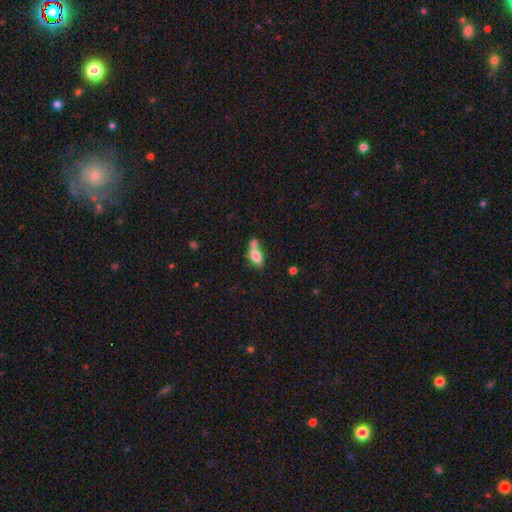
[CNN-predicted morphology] smooth-or-featured: smooth: 77% | featured or disk: 15% | star or artifact: 8%
  how-rounded: in between: 83% | cigar-shaped: 9% | round: 8%
  merging: merger: 52% | none: 31% | minor disturbance: 12% | major disturbance: 5%